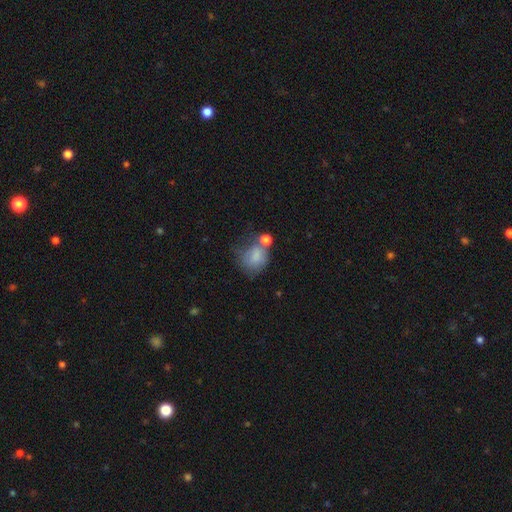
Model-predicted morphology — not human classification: type=smooth (74%); roundness=round (58%); merging=none (33%).